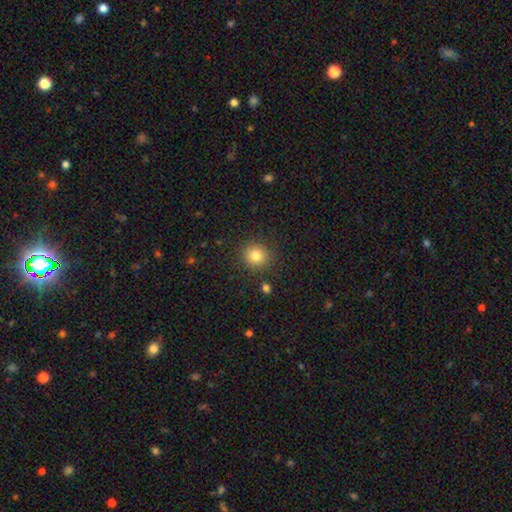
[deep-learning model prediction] smooth-or-featured: smooth: 82% | star or artifact: 11% | featured or disk: 6%
  how-rounded: round: 90% | in between: 9% | cigar-shaped: 1%
  merging: none: 88% | minor disturbance: 7% | major disturbance: 3% | merger: 2%